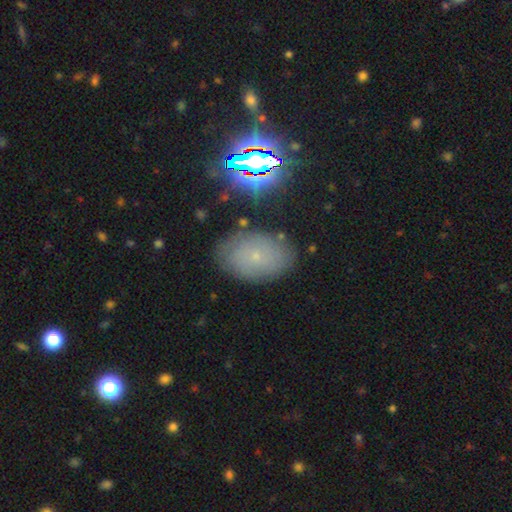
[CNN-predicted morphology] A smooth galaxy with no disk features (47%).

Vote fractions:
- Smooth or featured? smooth: 47% / featured or disk: 32% / star or artifact: 21%
- Merging? none: 79% / minor disturbance: 14% / major disturbance: 4% / merger: 2%